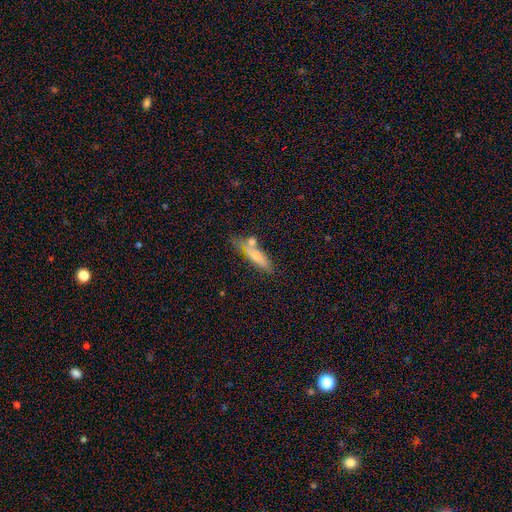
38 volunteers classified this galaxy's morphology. Smooth or featured: smooth — 66% (featured or disk — 29%)
How rounded: cigar-shaped — 92% (in between — 8%)
Merging: none — 56% (minor disturbance — 25%)